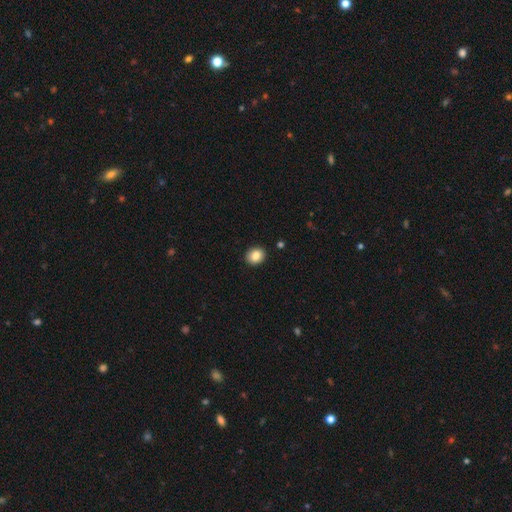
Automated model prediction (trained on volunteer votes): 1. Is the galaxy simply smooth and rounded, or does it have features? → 85% smooth, 9% star or artifact, 7% featured or disk.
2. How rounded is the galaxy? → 58% round, 41% in between, 1% cigar-shaped.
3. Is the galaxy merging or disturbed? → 90% none, 7% minor disturbance, 2% major disturbance, 1% merger.